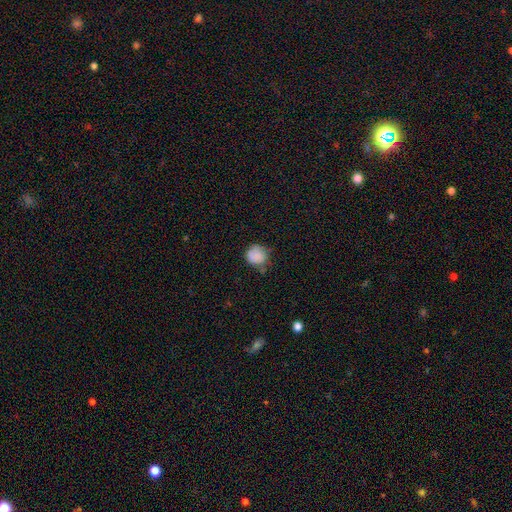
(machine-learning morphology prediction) type=smooth (83%); roundness=round (82%); merging=none (54%).